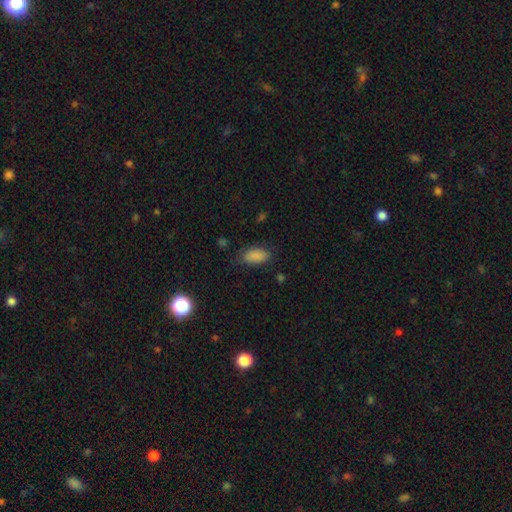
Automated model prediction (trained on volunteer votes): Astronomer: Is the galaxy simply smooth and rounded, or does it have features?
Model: smooth — 87%.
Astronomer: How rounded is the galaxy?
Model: in between — 92%.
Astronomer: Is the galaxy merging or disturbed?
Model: none — 76%.